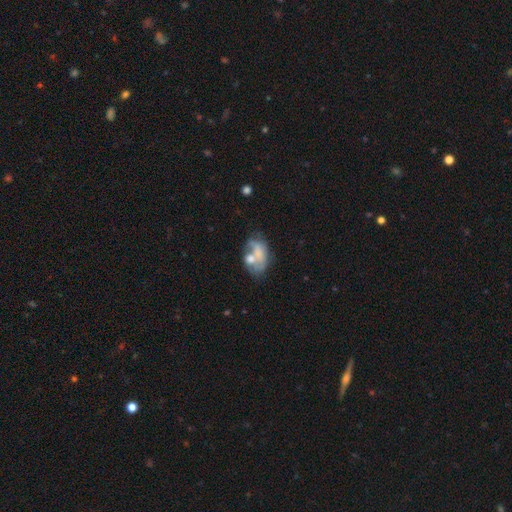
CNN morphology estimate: A smooth galaxy with no disk features (47%).

Vote fractions:
- Smooth or featured? smooth: 47% / featured or disk: 43% / star or artifact: 10%
- Merging? merger: 32% / none: 26% / major disturbance: 23% / minor disturbance: 19%